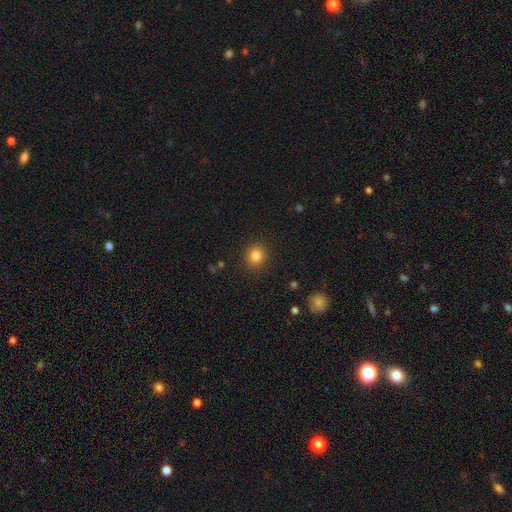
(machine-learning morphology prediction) The model was most divided on "how rounded": round: 79%, in between: 20%, cigar-shaped: 1%. More confident: merging — none (90%); smooth or featured — smooth (83%).